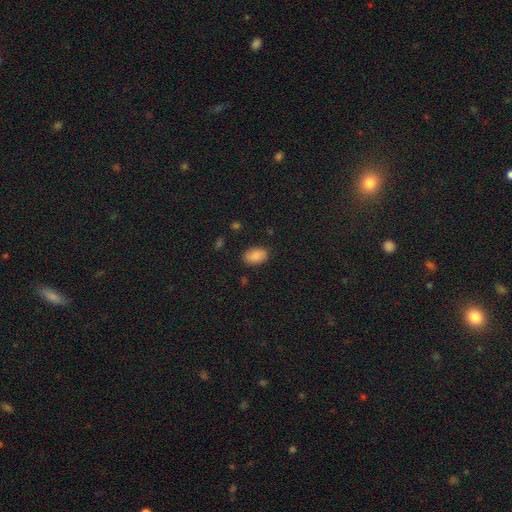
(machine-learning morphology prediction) Smooth or featured?
  - smooth: 85% *
  - star or artifact: 8%
  - featured or disk: 7%
How rounded?
  - in between: 91% *
  - round: 7%
  - cigar-shaped: 1%
Merging?
  - none: 86% *
  - minor disturbance: 10%
  - major disturbance: 3%
  - merger: 1%